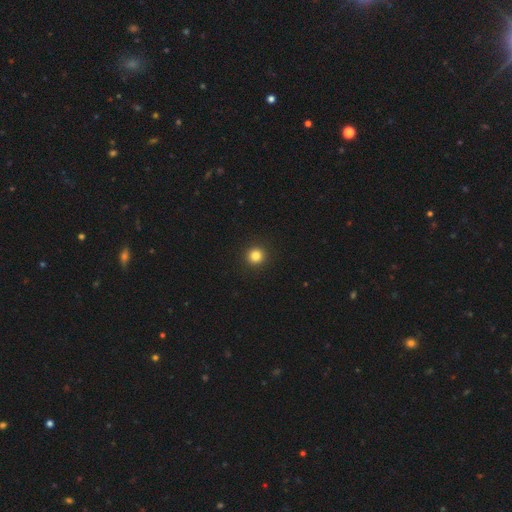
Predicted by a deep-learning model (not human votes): Smooth or featured? smooth (83%)
How rounded? round (95%)
Merging? none (94%)